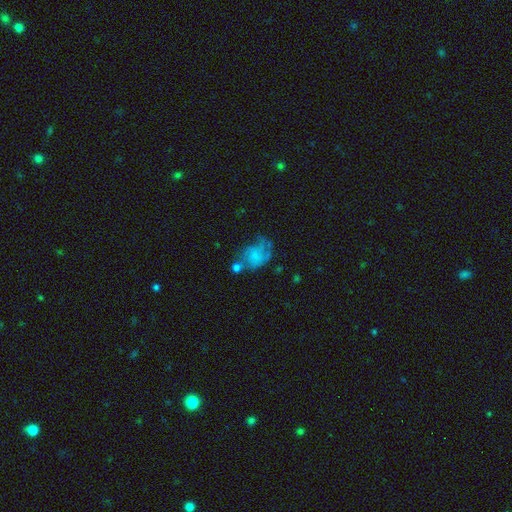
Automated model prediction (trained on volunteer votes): A featured or disk galaxy (46%).

Vote fractions:
- Smooth or featured? featured or disk: 46% / smooth: 44% / star or artifact: 11%
- Merging? major disturbance: 33% / none: 32% / minor disturbance: 24% / merger: 11%